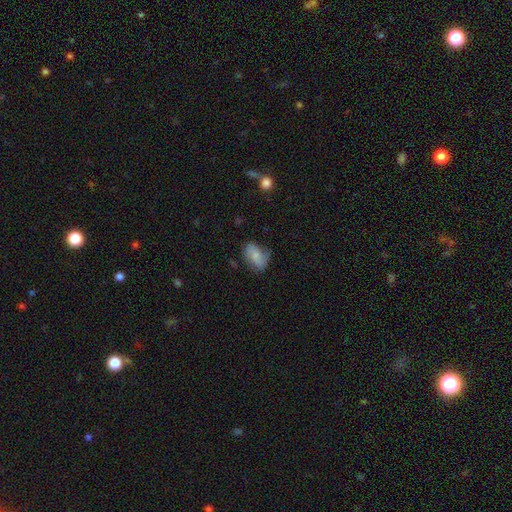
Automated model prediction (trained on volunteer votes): Smooth or featured: smooth — 69% (featured or disk — 23%)
How rounded: in between — 89% (round — 8%)
Merging: none — 58% (minor disturbance — 30%)